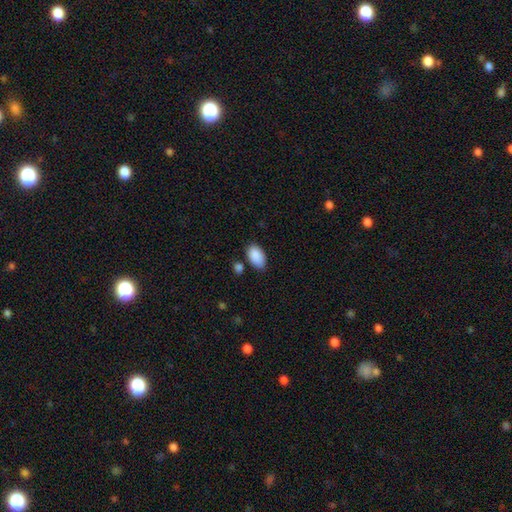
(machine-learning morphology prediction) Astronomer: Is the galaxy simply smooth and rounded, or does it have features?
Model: smooth — 90%.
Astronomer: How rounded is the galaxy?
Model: in between — 95%.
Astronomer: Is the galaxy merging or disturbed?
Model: none — 76%.